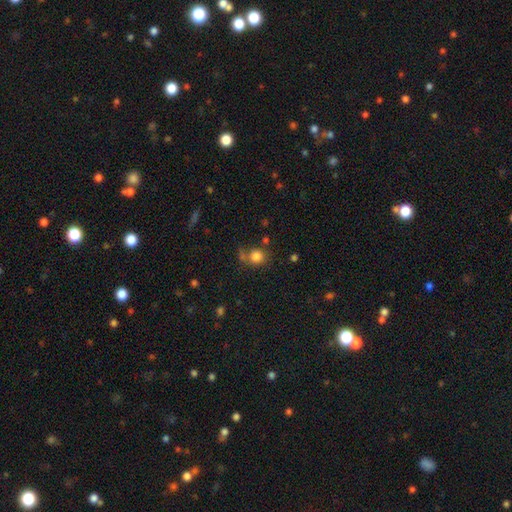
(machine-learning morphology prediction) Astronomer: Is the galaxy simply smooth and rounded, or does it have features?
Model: smooth — 81%.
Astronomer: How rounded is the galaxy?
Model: round — 82%.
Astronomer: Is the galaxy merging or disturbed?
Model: none — 62%.